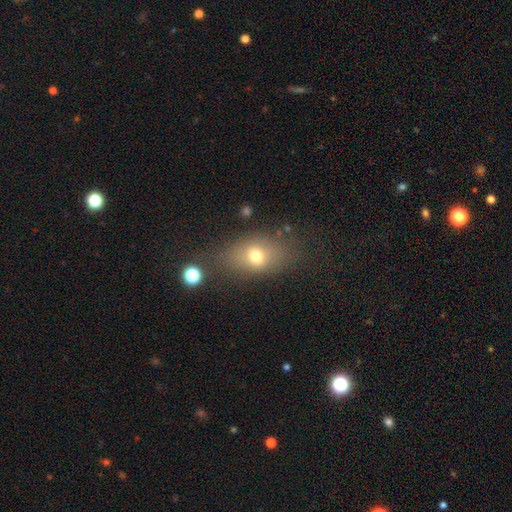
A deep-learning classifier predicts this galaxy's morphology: Smooth or featured: smooth — 69% (featured or disk — 17%)
How rounded: in between — 73% (round — 24%)
Merging: none — 70% (minor disturbance — 16%)